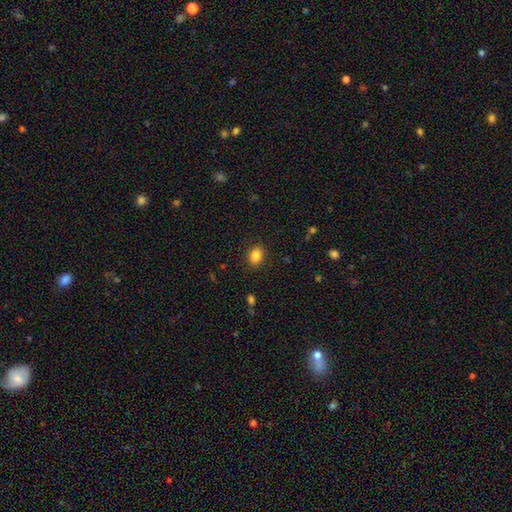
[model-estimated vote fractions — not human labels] Smooth or featured: smooth — 85% (star or artifact — 10%)
How rounded: in between — 65% (round — 33%)
Merging: none — 88% (minor disturbance — 9%)